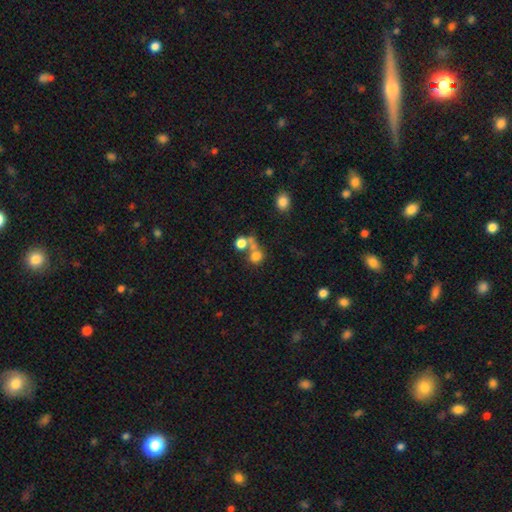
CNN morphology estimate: This appears to be a smooth galaxy with no disk features (71%) that is round (76%). Merging: merger (46%).